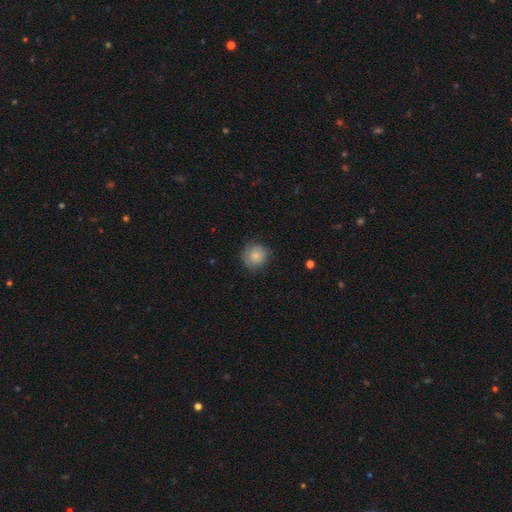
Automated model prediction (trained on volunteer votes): smooth-or-featured: smooth: 80% | featured or disk: 13% | star or artifact: 8%
  how-rounded: round: 91% | in between: 8% | cigar-shaped: 1%
  merging: none: 77% | minor disturbance: 18% | major disturbance: 4% | merger: 1%